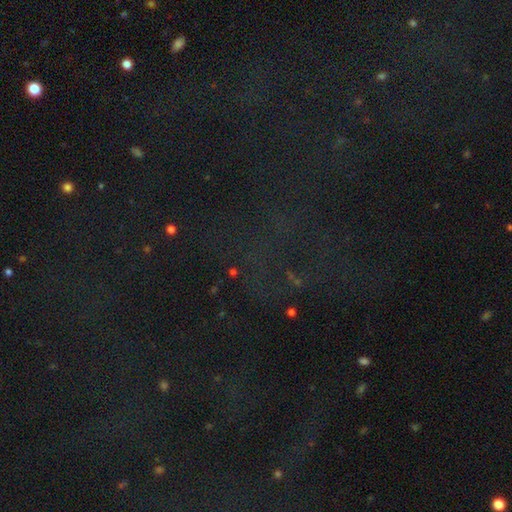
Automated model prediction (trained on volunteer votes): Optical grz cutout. It shows a star or artifact, not a galaxy (78%).